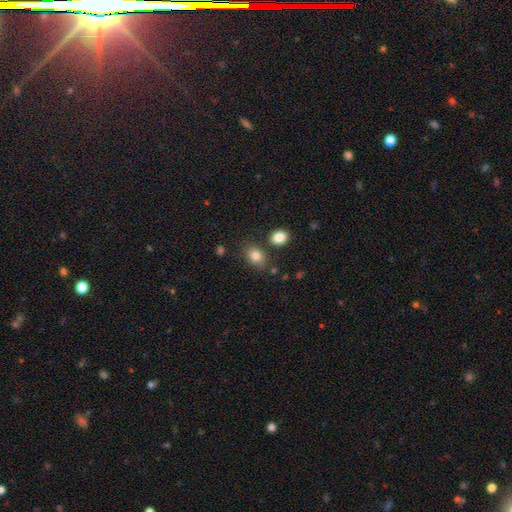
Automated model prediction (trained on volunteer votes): Smooth or featured? Predicted: smooth (p=0.82). How rounded? Predicted: in between (p=0.70). Merging? Predicted: none (p=0.74).